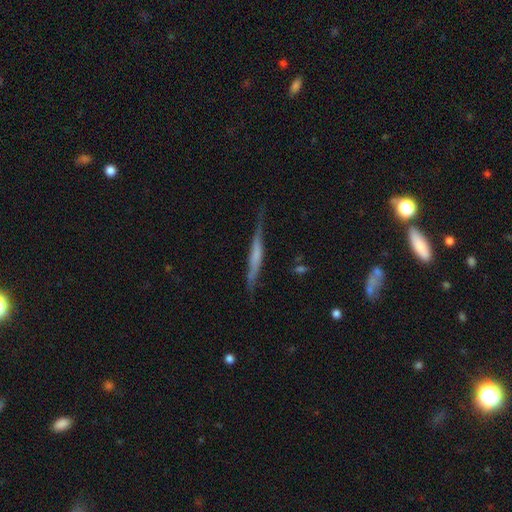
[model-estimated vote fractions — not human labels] A featured or disk galaxy (56%) viewed edge-on (93%) with no central bulge (51%). Merging: none (67%).